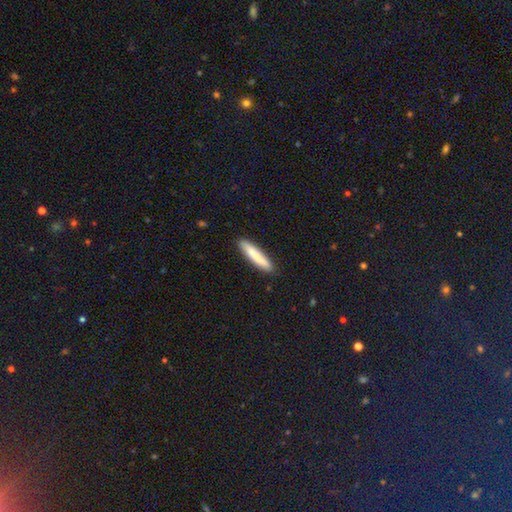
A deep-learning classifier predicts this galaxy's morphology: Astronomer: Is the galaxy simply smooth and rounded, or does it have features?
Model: smooth — 82%.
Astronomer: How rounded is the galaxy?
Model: cigar-shaped — 89%.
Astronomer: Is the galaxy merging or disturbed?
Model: none — 89%.